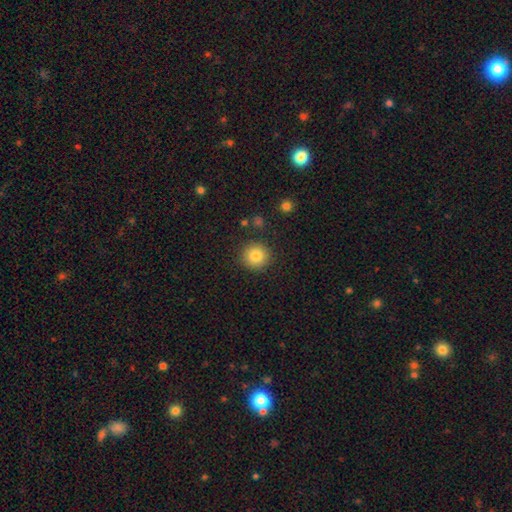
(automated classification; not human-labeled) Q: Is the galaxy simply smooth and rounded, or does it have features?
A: smooth — 83%.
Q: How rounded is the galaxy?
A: round — 94%.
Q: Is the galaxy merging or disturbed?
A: none — 90%.